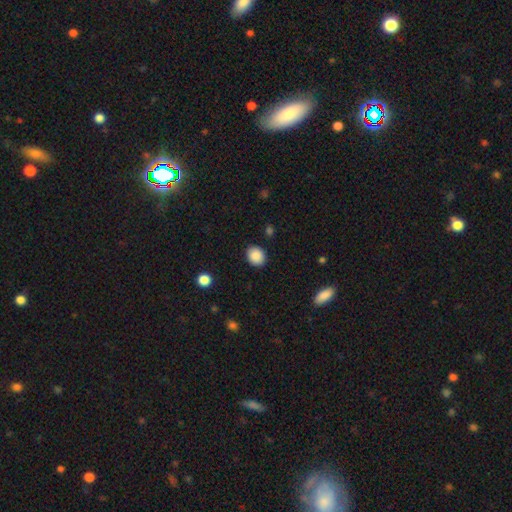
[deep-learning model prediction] smooth_or_featured: smooth (p=0.88) [alt: star or artifact p=0.08]
how_rounded: round (p=0.56) [alt: in between p=0.44]
merging: none (p=0.88) [alt: minor disturbance p=0.08]